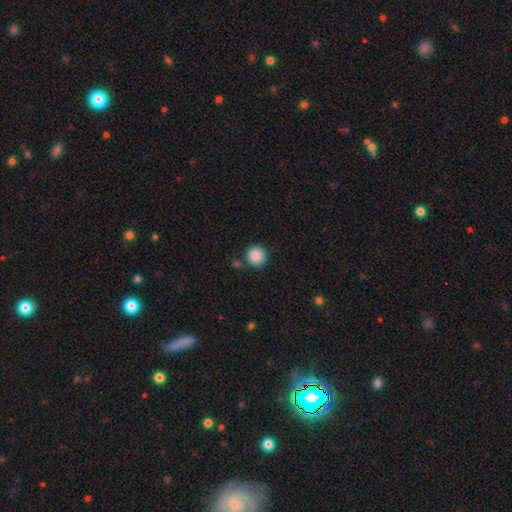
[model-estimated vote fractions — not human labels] A smooth galaxy with no disk features (89%) that is round (95%). Merging: none (84%).